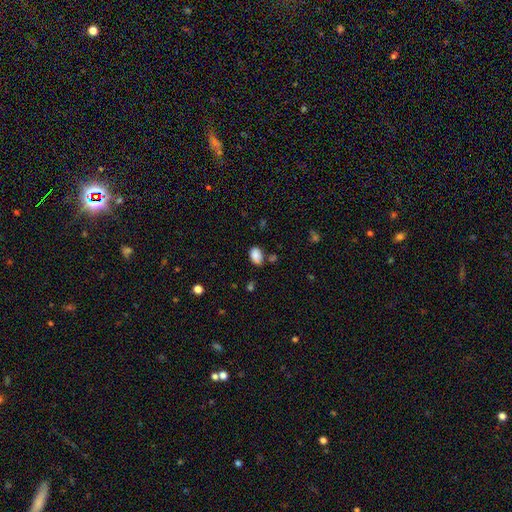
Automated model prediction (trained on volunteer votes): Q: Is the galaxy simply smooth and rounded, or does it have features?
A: smooth — 86%.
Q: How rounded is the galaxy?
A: in between — 86%.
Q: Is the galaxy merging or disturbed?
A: none — 62%.